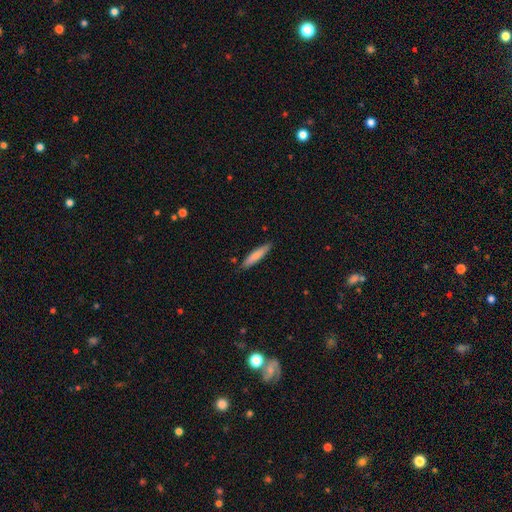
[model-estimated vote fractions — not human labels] This is likely a smooth galaxy (76%). How rounded: clearly cigar-shaped (86%). Merging: clearly none (87%).